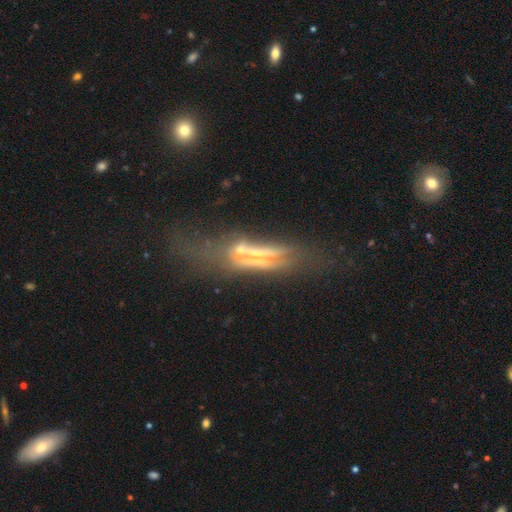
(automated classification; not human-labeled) Q: Smooth or featured?
A: featured or disk (63%); runner-up: smooth (23%)
Q: Edge-on disk?
A: yes (63%); runner-up: no (37%)
Q: Merging?
A: none (33%); runner-up: major disturbance (25%)